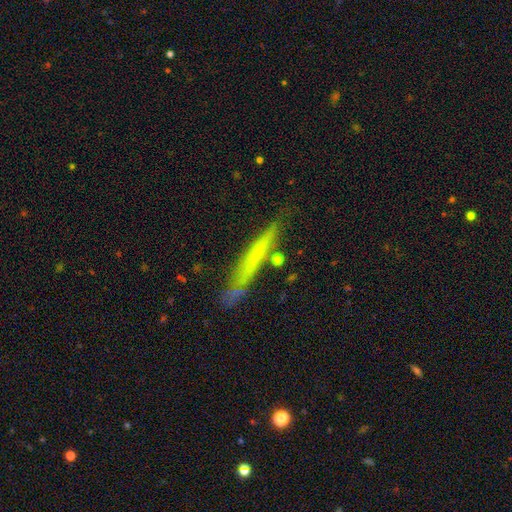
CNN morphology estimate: Smooth or featured? featured or disk (52%)
Edge-on disk? yes (90%)
Merging? none (74%)